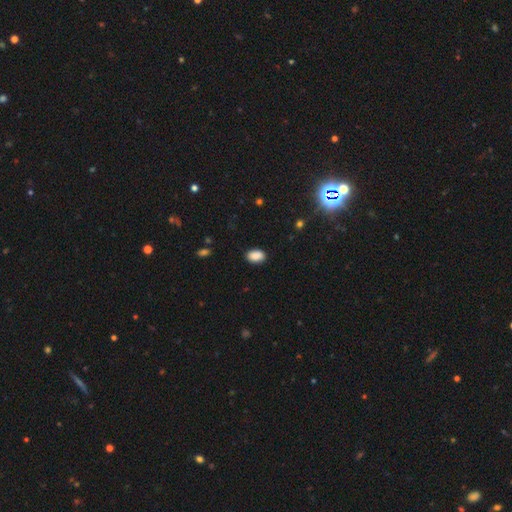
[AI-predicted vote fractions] Q: Smooth or featured?
A: smooth (88%); runner-up: star or artifact (9%)
Q: How rounded?
A: in between (89%); runner-up: round (9%)
Q: Merging?
A: none (86%); runner-up: minor disturbance (10%)